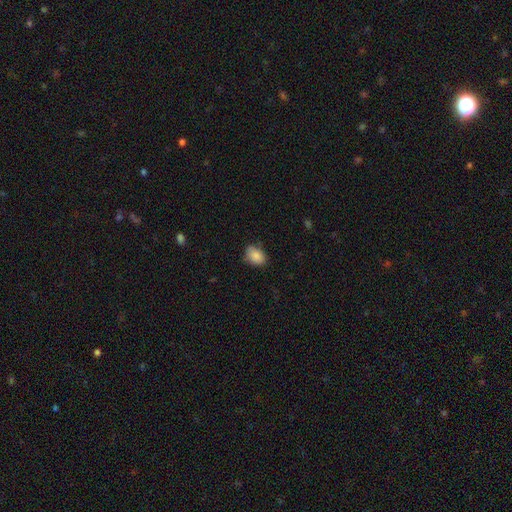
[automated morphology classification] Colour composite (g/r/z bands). It shows a smooth galaxy with no disk features (88%) that is in between round and cigar-shaped (75%). Merging: none (76%).